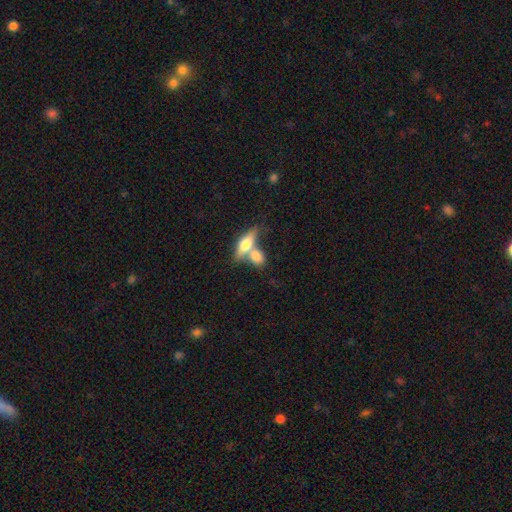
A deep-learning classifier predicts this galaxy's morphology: smooth 66%, featured or disk 27%, star or artifact 7%. Down the decision tree: how rounded — in between (67%); merging — merger (57%).